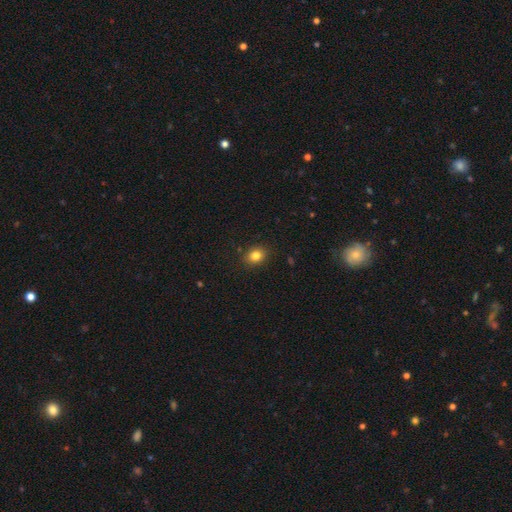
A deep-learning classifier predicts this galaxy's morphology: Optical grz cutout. It shows a smooth galaxy with no disk features (83%) that is round (53%). Merging: none (88%).